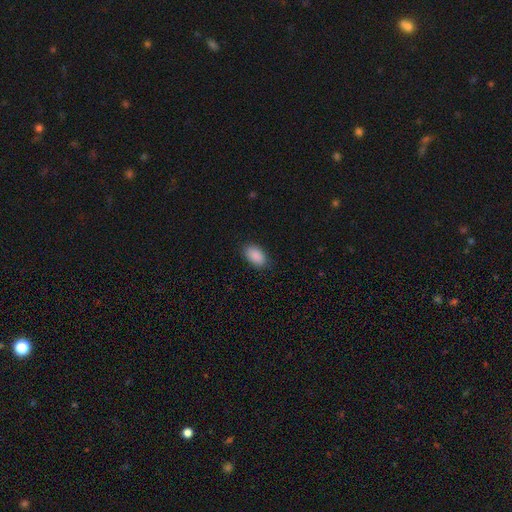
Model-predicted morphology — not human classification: A smooth galaxy with no disk features (90%) that is in between round and cigar-shaped (93%).

Vote fractions:
- Smooth or featured? smooth: 90% / star or artifact: 7% / featured or disk: 3%
- How rounded? in between: 93% / round: 5% / cigar-shaped: 2%
- Merging? none: 87% / minor disturbance: 10% / major disturbance: 2% / merger: 1%